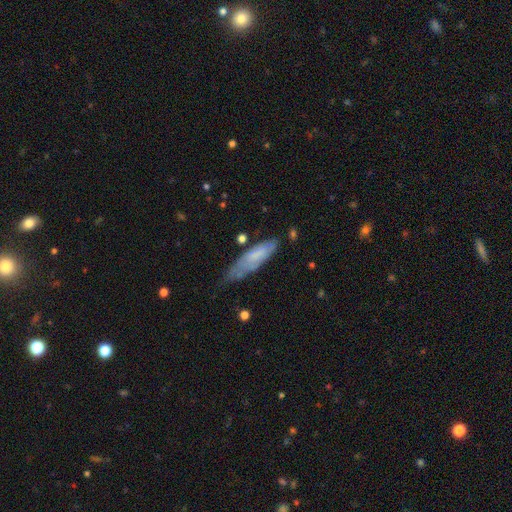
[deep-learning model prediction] Smooth or featured?
  - smooth: 67% *
  - featured or disk: 26%
  - star or artifact: 7%
How rounded?
  - cigar-shaped: 58% *
  - in between: 41%
  - round: 1%
Merging?
  - none: 49% *
  - minor disturbance: 35%
  - major disturbance: 12%
  - merger: 4%